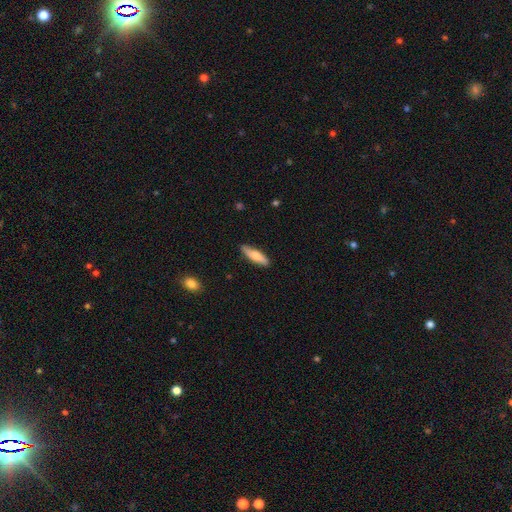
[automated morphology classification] This is likely a smooth galaxy (72%). How rounded: likely cigar-shaped (62%). Merging: clearly none (86%).